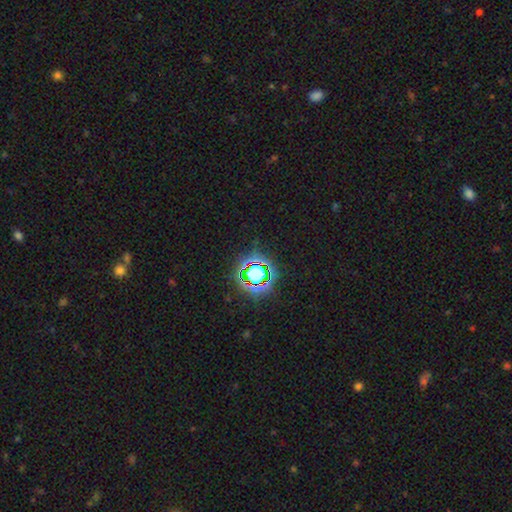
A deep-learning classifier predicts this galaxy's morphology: star or artifact 80%, smooth 12%, featured or disk 8%.